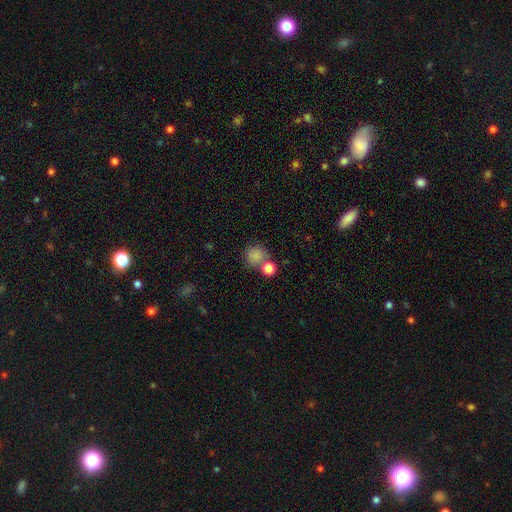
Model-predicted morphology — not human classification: Smooth or featured?
  - smooth: 83% *
  - star or artifact: 11%
  - featured or disk: 6%
How rounded?
  - round: 86% *
  - in between: 13%
  - cigar-shaped: 1%
Merging?
  - none: 57% *
  - merger: 26%
  - minor disturbance: 11%
  - major disturbance: 5%